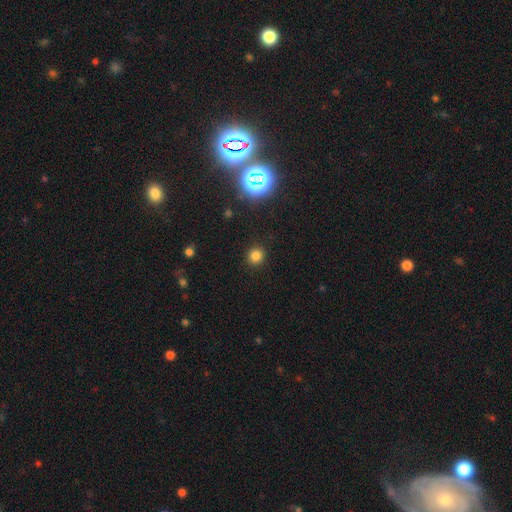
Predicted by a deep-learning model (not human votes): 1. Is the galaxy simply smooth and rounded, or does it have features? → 79% smooth, 16% star or artifact, 5% featured or disk.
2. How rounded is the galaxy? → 90% round, 9% in between, 1% cigar-shaped.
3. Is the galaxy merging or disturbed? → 91% none, 6% minor disturbance, 2% major disturbance, 1% merger.